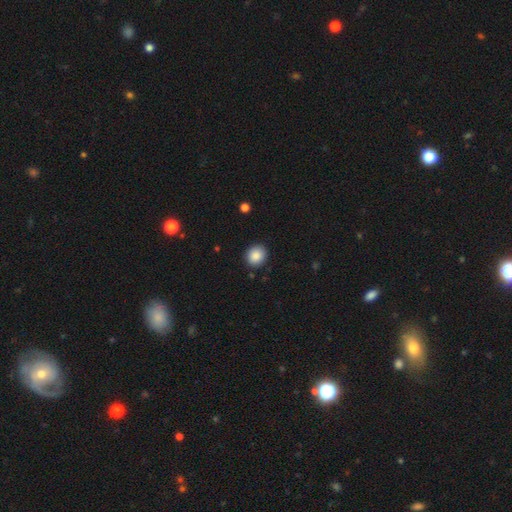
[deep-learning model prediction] Smooth or featured? smooth (88%)
How rounded? round (79%)
Merging? none (90%)